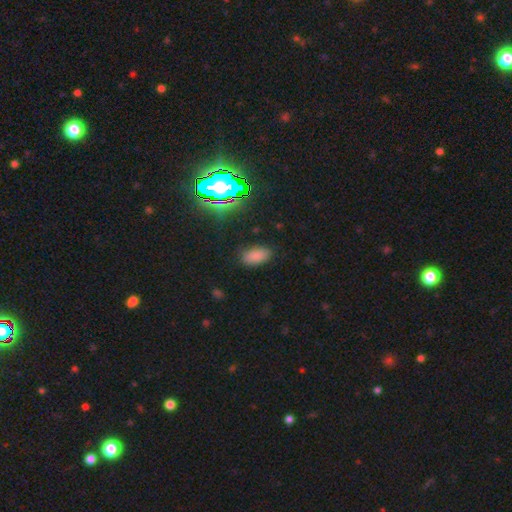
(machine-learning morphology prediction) Overall: smooth (75%). How rounded: in between (92%). Merging: none (83%).